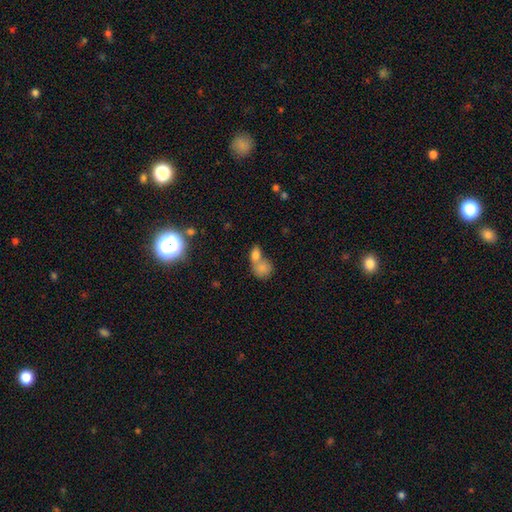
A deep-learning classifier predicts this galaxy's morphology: This is likely a smooth galaxy (78%). How rounded: likely in between (63%). Merging: likely merger (64%).